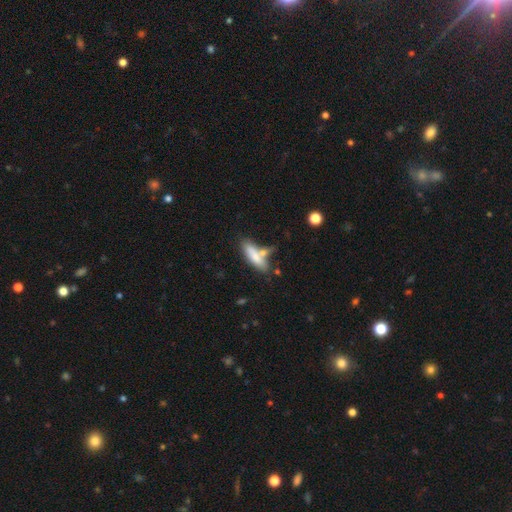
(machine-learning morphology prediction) Smooth or featured: smooth — 74% (featured or disk — 19%)
How rounded: cigar-shaped — 54% (in between — 43%)
Merging: none — 49% (merger — 27%)